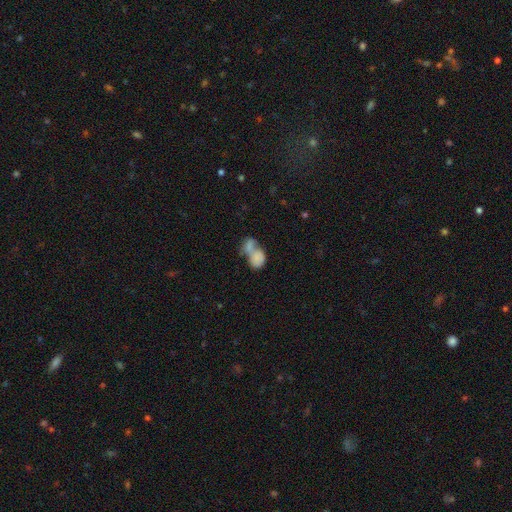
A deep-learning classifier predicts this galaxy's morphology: smooth 71%, featured or disk 20%, star or artifact 9%. Down the decision tree: how rounded — in between (74%); merging — merger (69%).